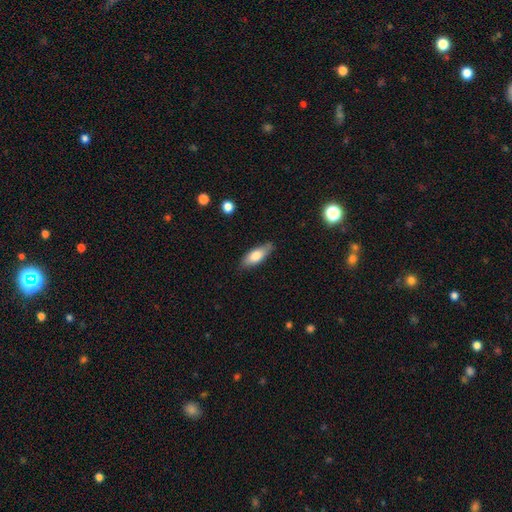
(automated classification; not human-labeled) Smooth or featured? Predicted: smooth (p=0.73). How rounded? Predicted: in between (p=0.70). Merging? Predicted: none (p=0.79).